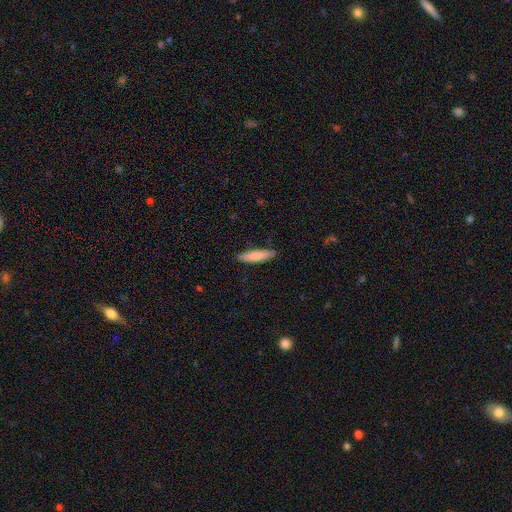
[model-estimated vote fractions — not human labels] A smooth galaxy with no disk features (82%) that is cigar-shaped (78%).

Vote fractions:
- Smooth or featured? smooth: 82% / featured or disk: 13% / star or artifact: 5%
- How rounded? cigar-shaped: 78% / in between: 21% / round: 1%
- Merging? none: 87% / minor disturbance: 10% / major disturbance: 2% / merger: 1%